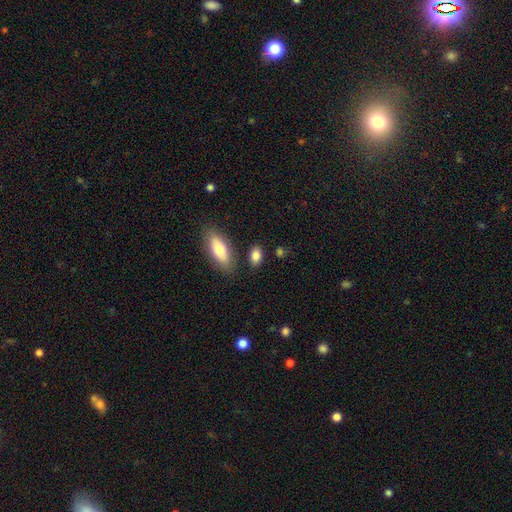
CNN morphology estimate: Smooth or featured? Predicted: smooth (p=0.85). How rounded? Predicted: in between (p=0.84). Merging? Predicted: none (p=0.79).